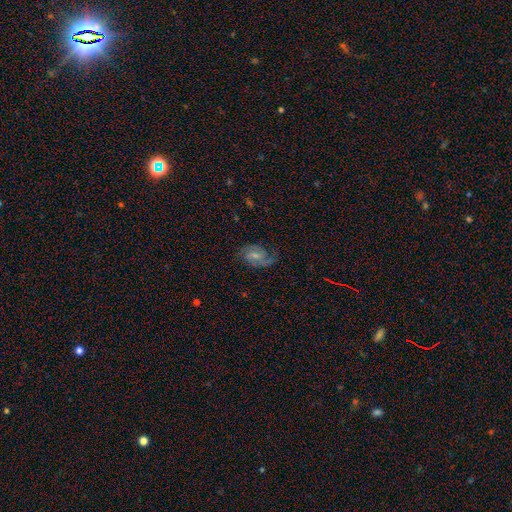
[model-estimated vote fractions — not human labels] Q: Smooth or featured?
A: featured or disk (66%); runner-up: smooth (26%)
Q: Edge-on disk?
A: no (97%); runner-up: yes (3%)
Q: Bar?
A: weak (54%); runner-up: no (30%)
Q: Spiral arms?
A: yes (91%); runner-up: no (9%)
Q: Spiral winding?
A: medium (47%); runner-up: loose (28%)
Q: Spiral arm count?
A: 2 (69%); runner-up: can't tell (12%)
Q: Bulge size?
A: small (48%); runner-up: moderate (36%)
Q: Merging?
A: none (62%); runner-up: minor disturbance (24%)